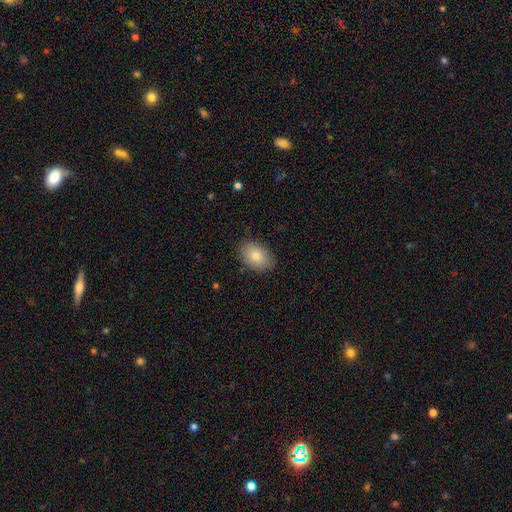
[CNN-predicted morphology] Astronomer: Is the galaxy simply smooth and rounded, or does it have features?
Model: smooth — 80%.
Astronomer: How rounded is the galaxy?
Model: in between — 84%.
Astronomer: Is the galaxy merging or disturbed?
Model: none — 86%.